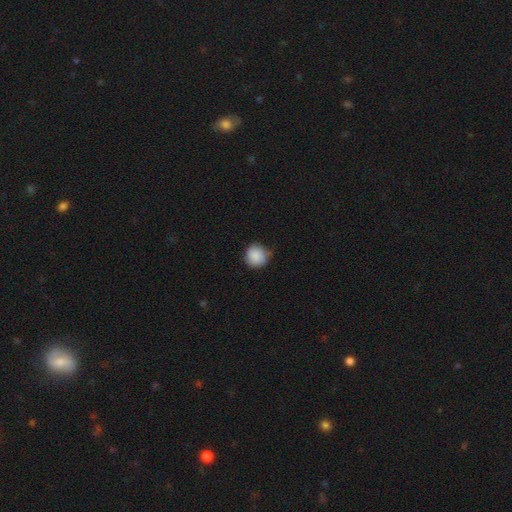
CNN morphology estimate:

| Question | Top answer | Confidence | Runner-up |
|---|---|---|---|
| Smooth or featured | smooth | 88% | star or artifact (8%) |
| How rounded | round | 92% | in between (7%) |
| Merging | none | 77% | minor disturbance (19%) |